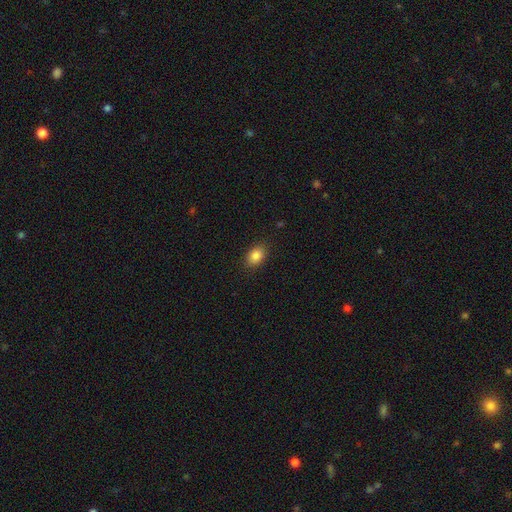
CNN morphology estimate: Smooth or featured?
  - smooth: 85% *
  - star or artifact: 9%
  - featured or disk: 6%
How rounded?
  - in between: 77% *
  - round: 22%
  - cigar-shaped: 1%
Merging?
  - none: 86% *
  - minor disturbance: 10%
  - major disturbance: 3%
  - merger: 1%